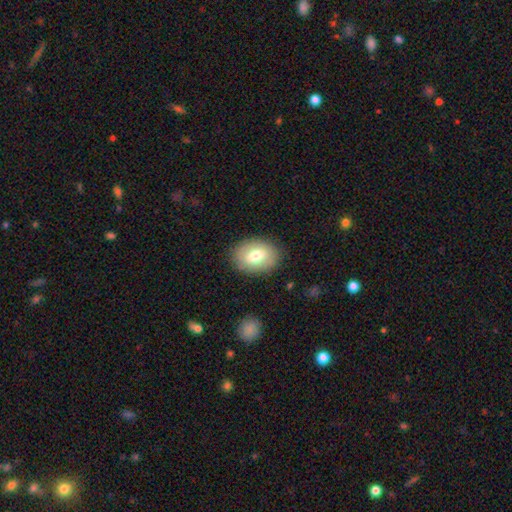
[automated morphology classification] type=smooth (70%); roundness=in between (75%); merging=none (85%).